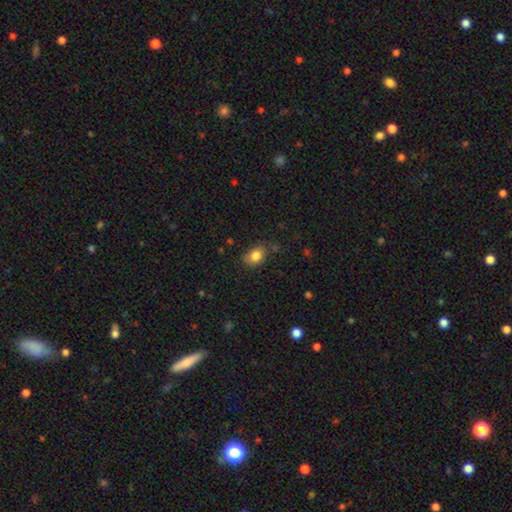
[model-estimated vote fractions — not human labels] smooth-or-featured: smooth: 83% | star or artifact: 9% | featured or disk: 8%
  how-rounded: in between: 66% | round: 33% | cigar-shaped: 1%
  merging: none: 70% | minor disturbance: 23% | major disturbance: 5% | merger: 3%